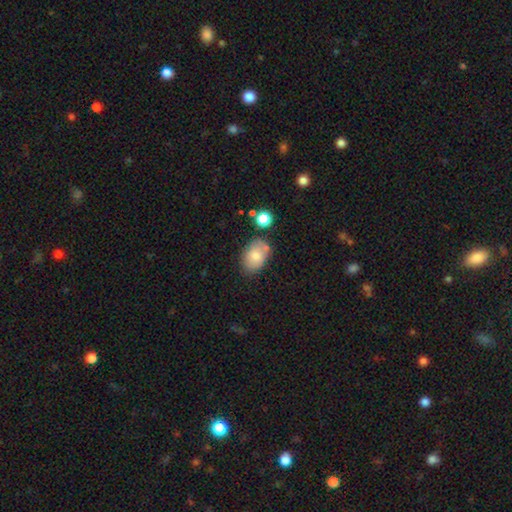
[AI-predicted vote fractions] A smooth galaxy with no disk features (75%) that is in between round and cigar-shaped (81%).

Vote fractions:
- Smooth or featured? smooth: 75% / featured or disk: 16% / star or artifact: 9%
- How rounded? in between: 81% / round: 18% / cigar-shaped: 1%
- Merging? none: 65% / minor disturbance: 20% / merger: 10% / major disturbance: 5%